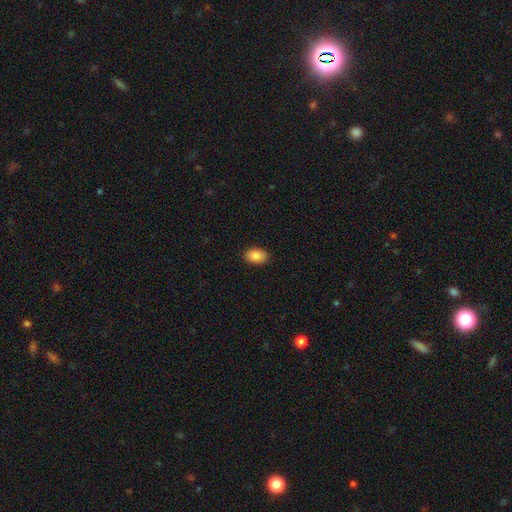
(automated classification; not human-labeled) Smooth or featured: smooth — 87% (star or artifact — 7%)
How rounded: in between — 88% (round — 10%)
Merging: none — 89% (minor disturbance — 8%)